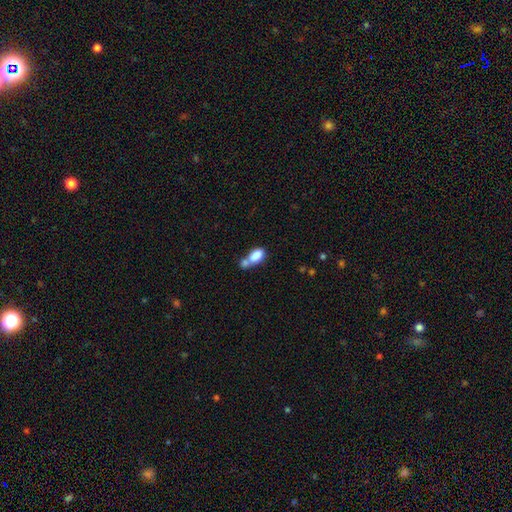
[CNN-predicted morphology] Smooth or featured? Predicted: smooth (p=0.80). How rounded? Predicted: in between (p=0.89). Merging? Predicted: merger (p=0.57).